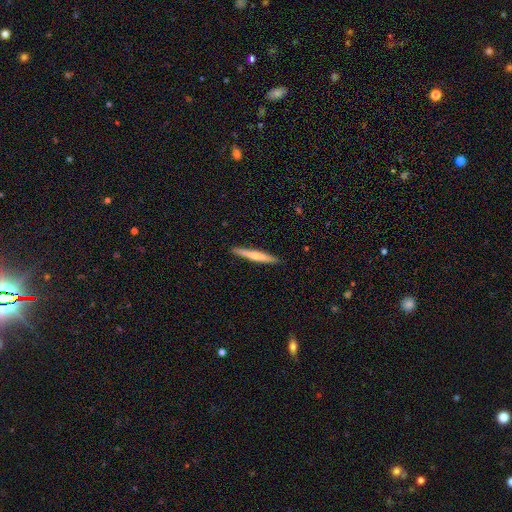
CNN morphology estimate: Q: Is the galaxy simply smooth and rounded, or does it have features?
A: smooth — 59%.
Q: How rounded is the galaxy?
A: cigar-shaped — 96%.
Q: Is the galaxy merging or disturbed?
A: none — 91%.